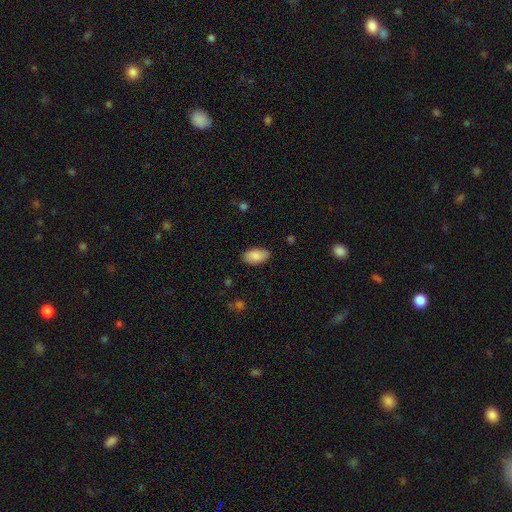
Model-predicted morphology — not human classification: Q: Smooth or featured?
A: smooth (87%); runner-up: featured or disk (7%)
Q: How rounded?
A: in between (94%); runner-up: cigar-shaped (3%)
Q: Merging?
A: none (84%); runner-up: minor disturbance (13%)